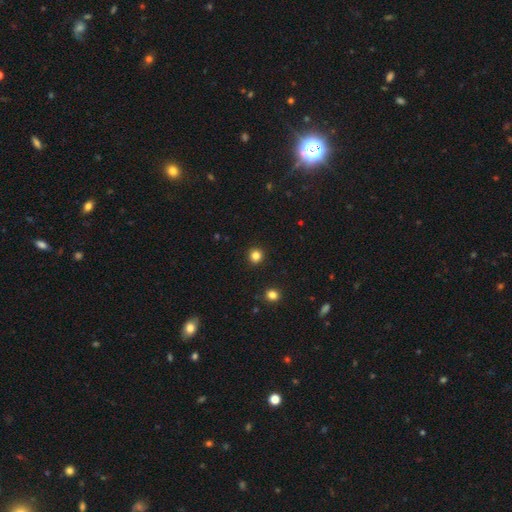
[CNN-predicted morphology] A smooth galaxy with no disk features (83%) that is round (91%).

Vote fractions:
- Smooth or featured? smooth: 83% / star or artifact: 13% / featured or disk: 4%
- How rounded? round: 91% / in between: 8% / cigar-shaped: 1%
- Merging? none: 92% / minor disturbance: 5% / major disturbance: 2% / merger: 1%